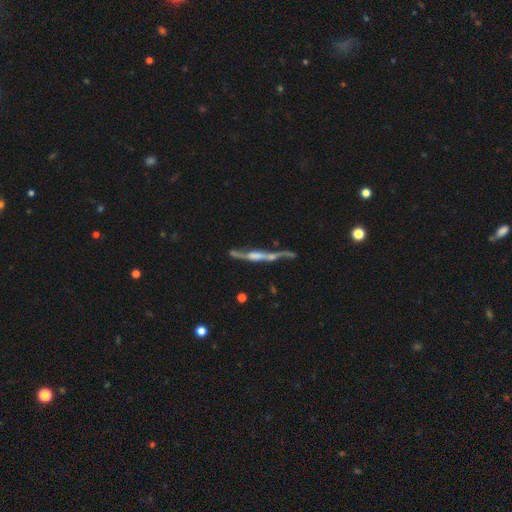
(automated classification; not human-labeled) smooth_or_featured: featured or disk (p=0.79) [alt: smooth p=0.13]
disk_edge_on: yes (p=0.84) [alt: no p=0.16]
edge_on_bulge: rounded (p=0.50) [alt: boxy p=0.29]
merging: none (p=0.53) [alt: minor disturbance p=0.22]